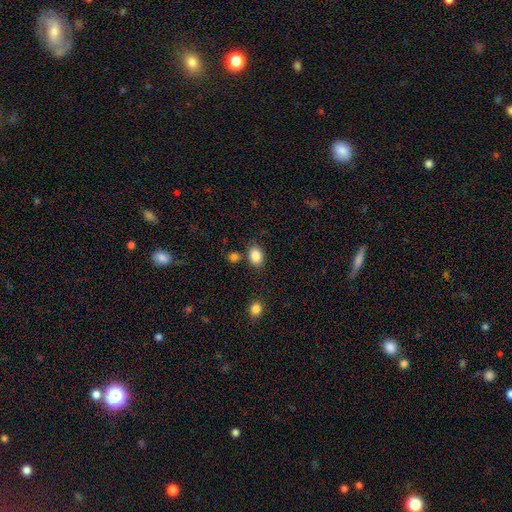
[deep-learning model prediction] This appears to be a smooth galaxy with no disk features (86%) that is in between round and cigar-shaped (73%). Merging: none (79%).